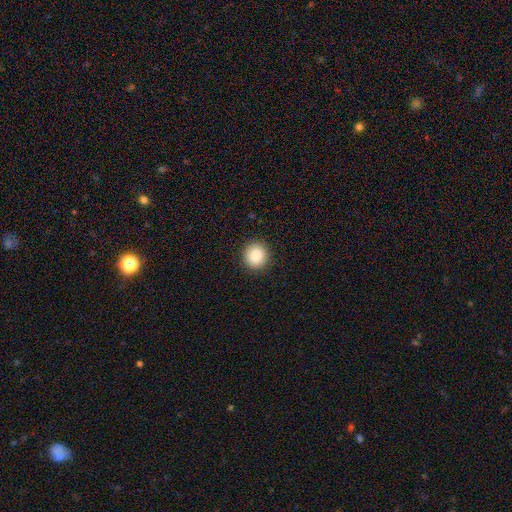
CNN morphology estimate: Overall: smooth (88%). How rounded: round (93%). Merging: none (92%).